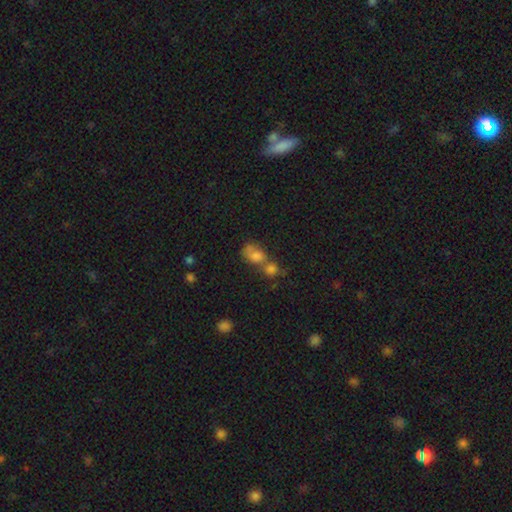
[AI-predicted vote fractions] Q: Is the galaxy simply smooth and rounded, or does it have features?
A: smooth — 73%.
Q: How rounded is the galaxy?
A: in between — 61%.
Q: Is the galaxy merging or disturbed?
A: merger — 62%.